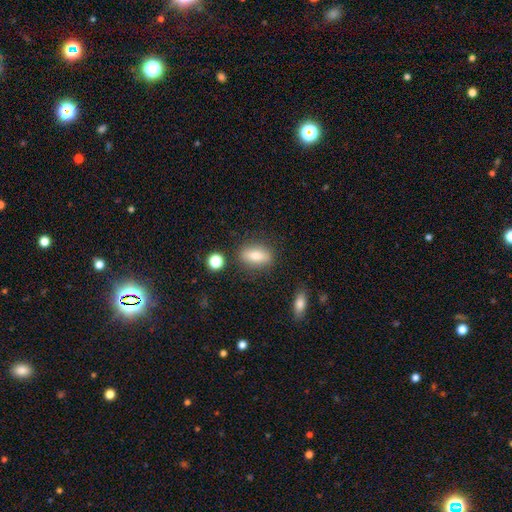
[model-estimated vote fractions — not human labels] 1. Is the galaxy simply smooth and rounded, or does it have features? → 76% smooth, 16% featured or disk, 8% star or artifact.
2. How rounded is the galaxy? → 74% in between, 18% cigar-shaped, 8% round.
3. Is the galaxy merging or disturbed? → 82% none, 12% minor disturbance, 4% major disturbance, 3% merger.